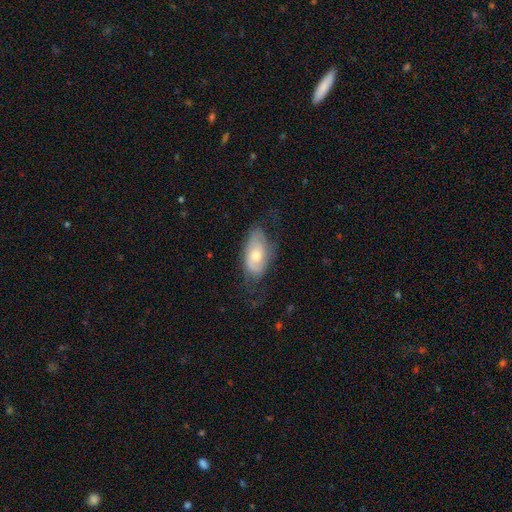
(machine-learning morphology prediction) A smooth galaxy with no disk features (47%, tied with featured or disk).

Vote fractions:
- Smooth or featured? smooth: 47% (tied) / featured or disk: 47% (tied) / star or artifact: 7%
- Merging? none: 56% / minor disturbance: 28% / major disturbance: 15% / merger: 1%